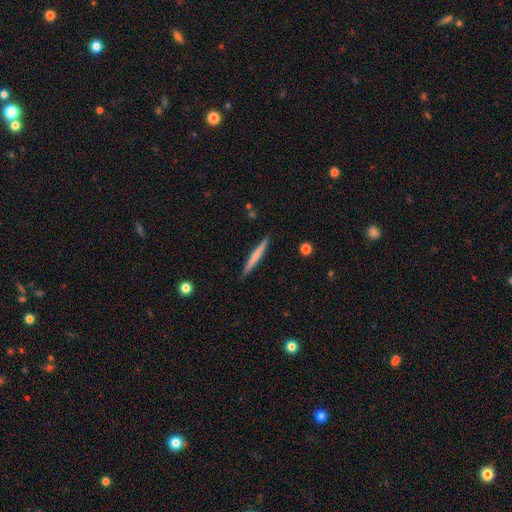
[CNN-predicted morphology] Overall: smooth (58%; featured or disk 36%). How rounded: cigar-shaped (97%). Merging: none (90%).